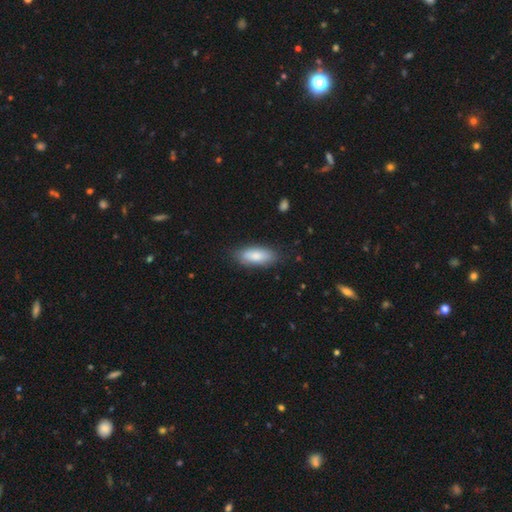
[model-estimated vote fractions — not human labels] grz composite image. It shows a smooth galaxy with no disk features (83%) that is in between round and cigar-shaped (80%). Merging: none (81%).